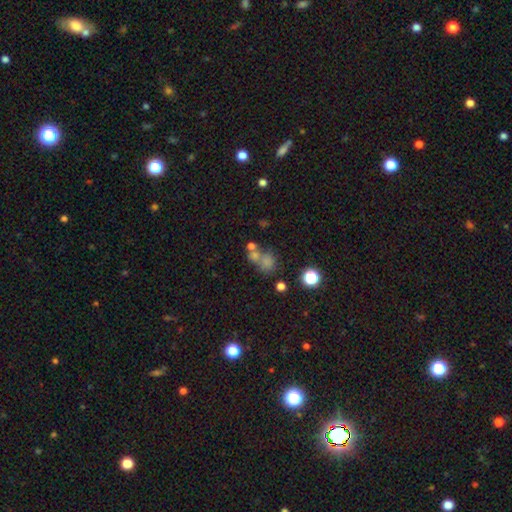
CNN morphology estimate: The model was most divided on "merging" (2-way tie): merger: 41%, none: 41%, minor disturbance: 10%, major disturbance: 7%. More confident: how rounded — round (69%); smooth or featured — smooth (58%).